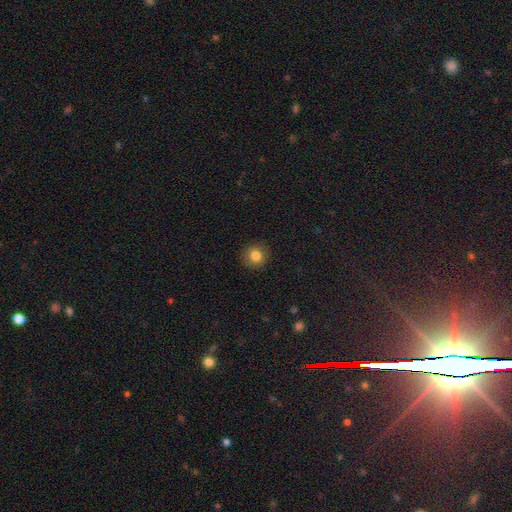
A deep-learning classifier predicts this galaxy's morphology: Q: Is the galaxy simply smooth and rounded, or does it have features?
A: smooth — 82%.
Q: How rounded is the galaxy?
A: round — 88%.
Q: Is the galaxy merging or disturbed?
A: none — 90%.